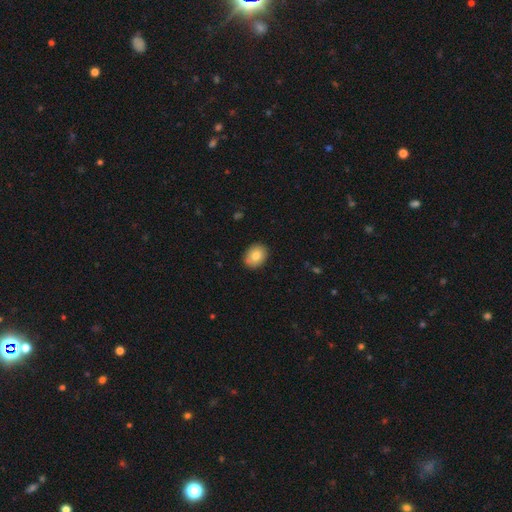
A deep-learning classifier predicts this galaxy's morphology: smooth_or_featured: smooth (p=0.83) [alt: featured or disk p=0.10]
how_rounded: in between (p=0.63) [alt: round p=0.36]
merging: none (p=0.89) [alt: minor disturbance p=0.09]